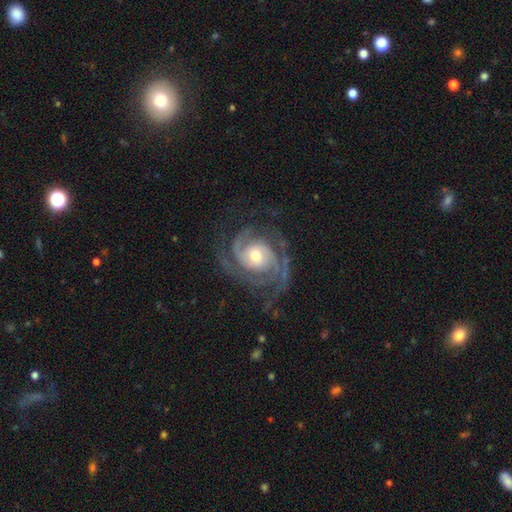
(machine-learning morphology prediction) featured or disk 93%, star or artifact 4%, smooth 4%. Down the decision tree: edge-on disk — no (98%); bar — no (67%); spiral arms — yes (98%); spiral arm count — 2 (45%); spiral winding — tight (56%); bulge size — moderate (65%); merging — none (72%).